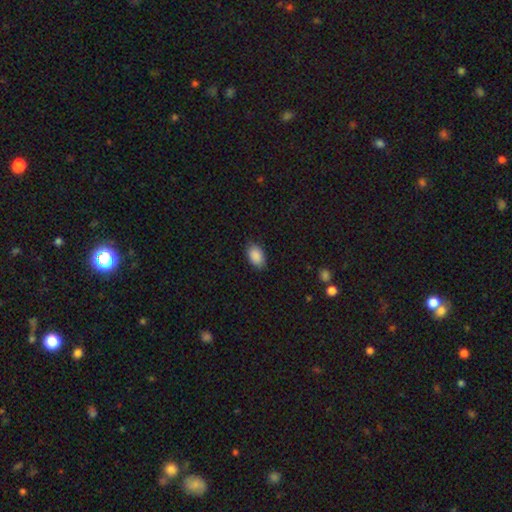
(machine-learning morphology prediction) Q: Smooth or featured?
A: smooth (90%); runner-up: star or artifact (7%)
Q: How rounded?
A: in between (91%); runner-up: round (8%)
Q: Merging?
A: none (86%); runner-up: minor disturbance (11%)